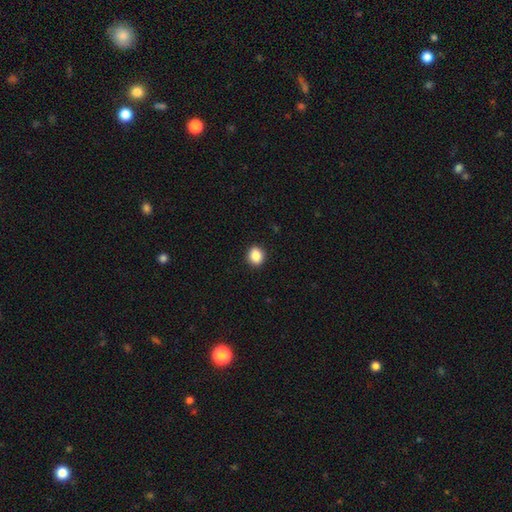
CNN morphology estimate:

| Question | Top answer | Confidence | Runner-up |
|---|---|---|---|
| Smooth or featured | smooth | 88% | star or artifact (9%) |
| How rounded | round | 66% | in between (33%) |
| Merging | none | 91% | minor disturbance (6%) |